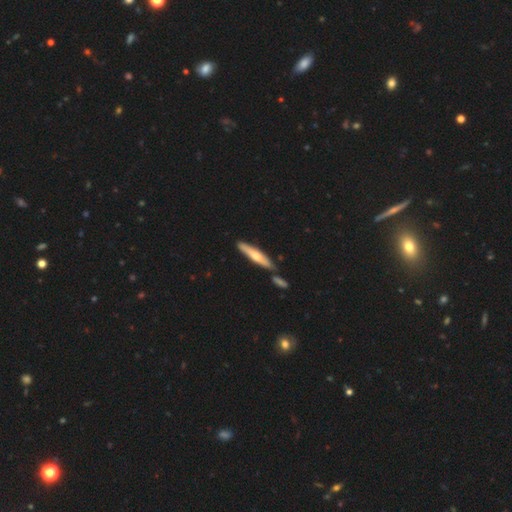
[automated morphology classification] Q: Smooth or featured?
A: smooth (48%); runner-up: featured or disk (47%)
Q: Merging?
A: none (72%); runner-up: merger (14%)